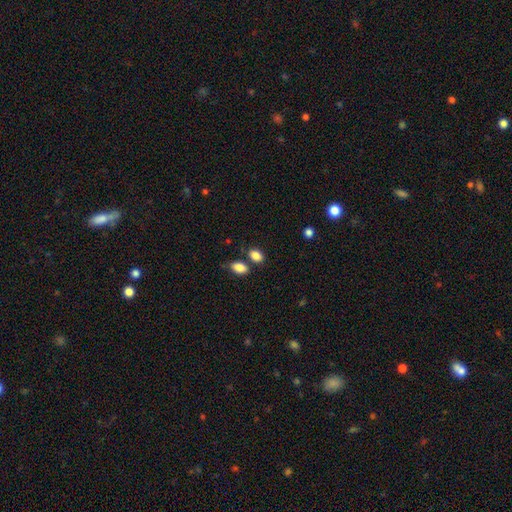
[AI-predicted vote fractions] smooth-or-featured: smooth: 86% | star or artifact: 9% | featured or disk: 5%
  how-rounded: in between: 83% | round: 15% | cigar-shaped: 2%
  merging: none: 66% | merger: 18% | minor disturbance: 13% | major disturbance: 4%